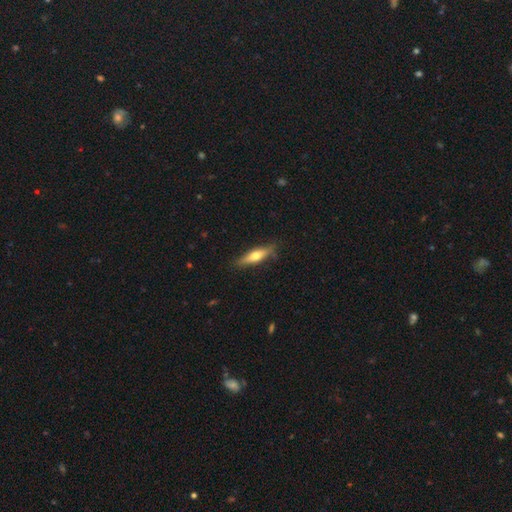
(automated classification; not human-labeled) A smooth galaxy with no disk features (53%) that is cigar-shaped (68%). Merging: none (83%).